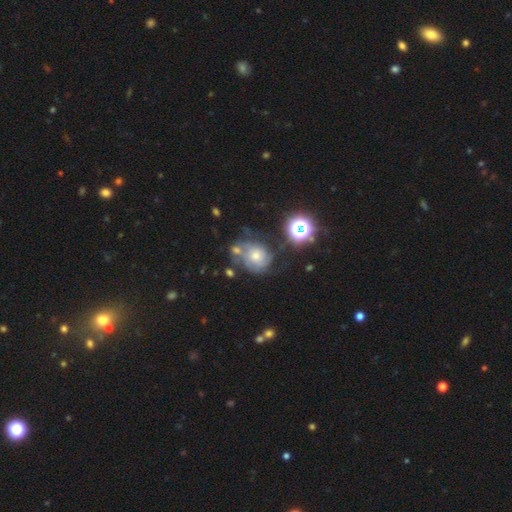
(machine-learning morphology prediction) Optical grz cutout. It shows a featured or disk galaxy (41%, tied with smooth). Merging: none (42%).